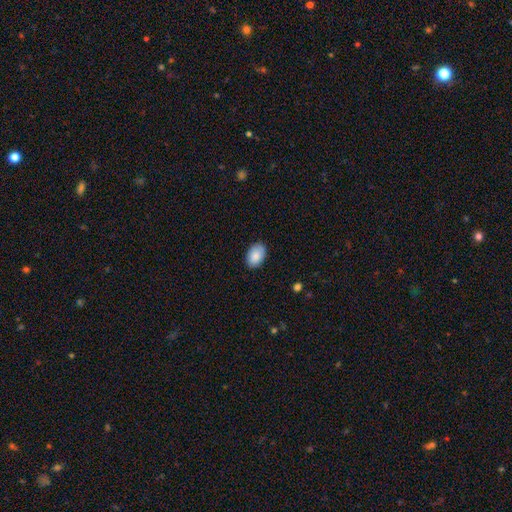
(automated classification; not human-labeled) Q: Smooth or featured?
A: smooth (88%); runner-up: featured or disk (6%)
Q: How rounded?
A: in between (89%); runner-up: round (9%)
Q: Merging?
A: none (86%); runner-up: minor disturbance (11%)